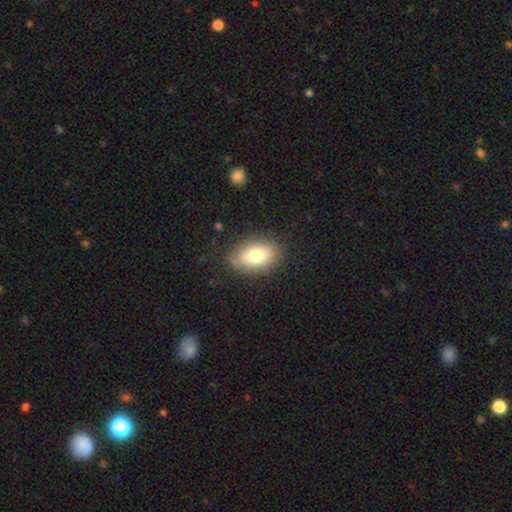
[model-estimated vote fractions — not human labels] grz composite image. It shows a smooth galaxy with no disk features (77%) that is in between round and cigar-shaped (87%). Merging: none (84%).